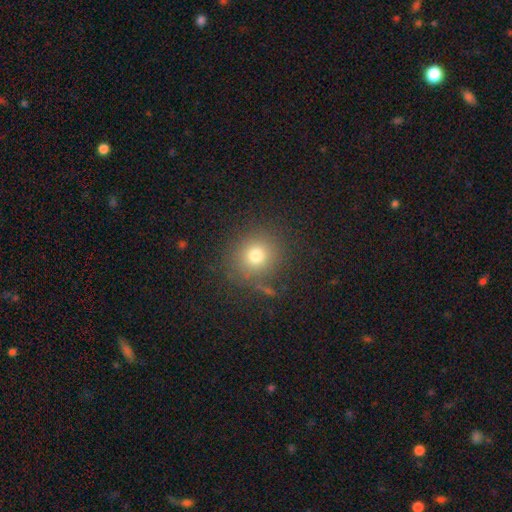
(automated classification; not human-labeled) smooth 75%, star or artifact 15%, featured or disk 10%. Down the decision tree: how rounded — round (88%); merging — none (83%).